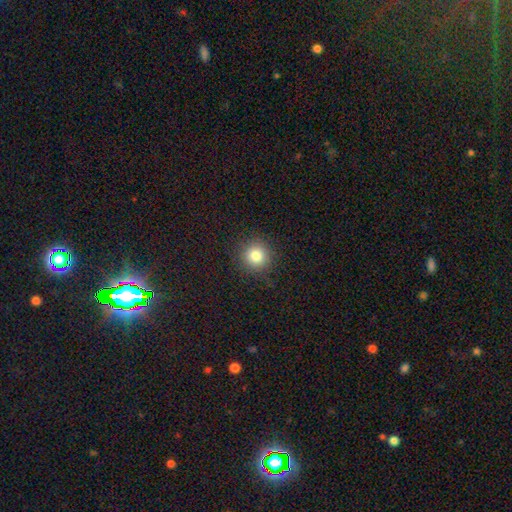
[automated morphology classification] Smooth or featured: smooth — 82% (star or artifact — 12%)
How rounded: round — 93% (in between — 6%)
Merging: none — 90% (minor disturbance — 7%)